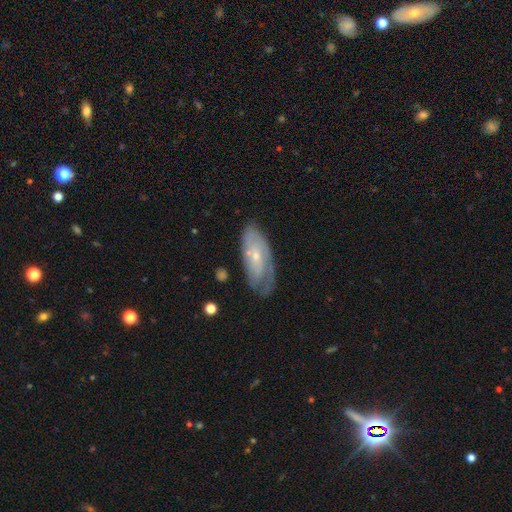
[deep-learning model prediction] smooth_or_featured: featured or disk (p=0.61) [alt: smooth p=0.33]
disk_edge_on: no (p=0.88) [alt: yes p=0.12]
bar: no (p=0.71) [alt: weak p=0.24]
has_spiral_arms: yes (p=0.73) [alt: no p=0.27]
bulge_size: small (p=0.72) [alt: moderate p=0.24]
merging: none (p=0.58) [alt: minor disturbance p=0.28]